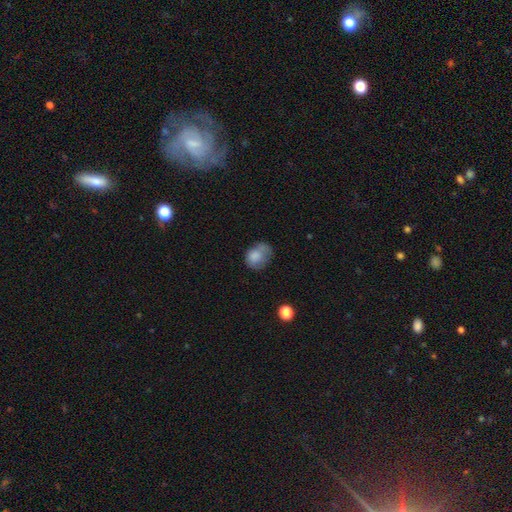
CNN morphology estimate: This appears to be a smooth galaxy with no disk features (76%) that is in between round and cigar-shaped (52%). Merging: none (38%).